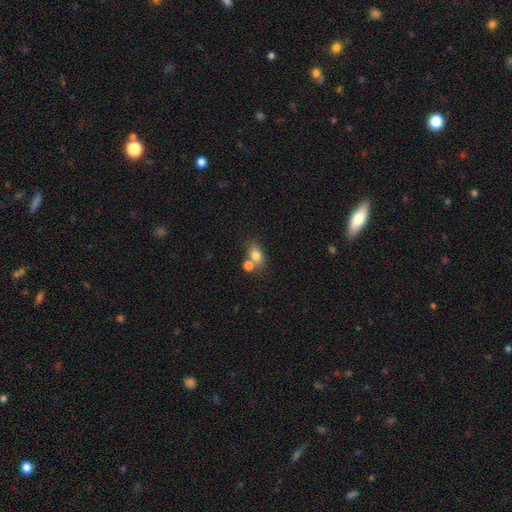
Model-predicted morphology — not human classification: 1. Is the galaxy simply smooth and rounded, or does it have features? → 79% smooth, 11% featured or disk, 11% star or artifact.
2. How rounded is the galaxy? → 73% in between, 25% round, 2% cigar-shaped.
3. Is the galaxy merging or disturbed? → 48% none, 36% merger, 11% minor disturbance, 4% major disturbance.